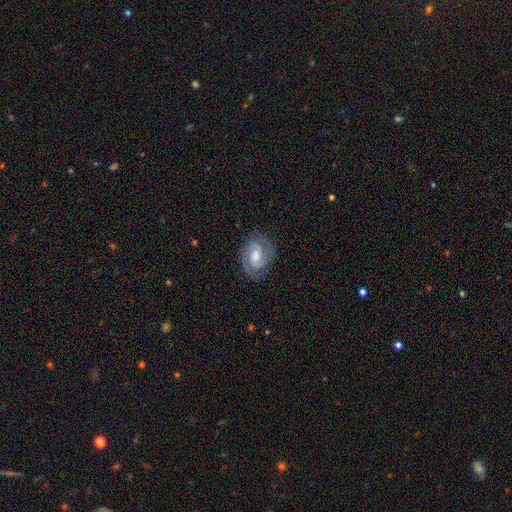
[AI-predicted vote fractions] Overall: featured or disk (79%). Edge-on disk: no (97%). Bar: weak (50%; no 36%). Spiral arms: yes (95%). Spiral arm count: 2 (83%). Spiral winding: tight (47%; medium 43%). Bulge size: moderate (57%; small 23%). Merging: none (80%).